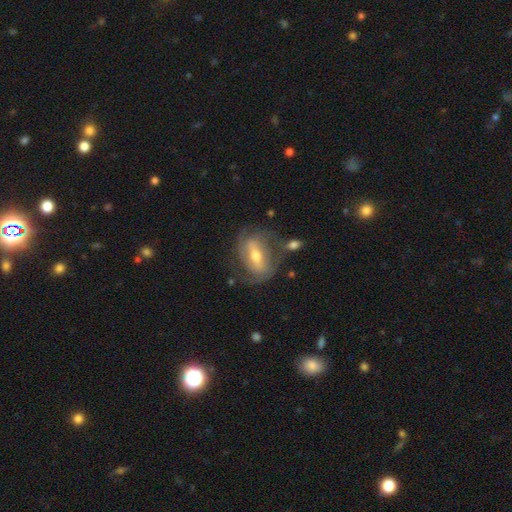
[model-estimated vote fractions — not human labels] Morphology: type=featured or disk (68%); edge-on=no (86%); bar=strong (49%); spiral arms=yes (67%); bulge=moderate (65%); merging=none (59%).